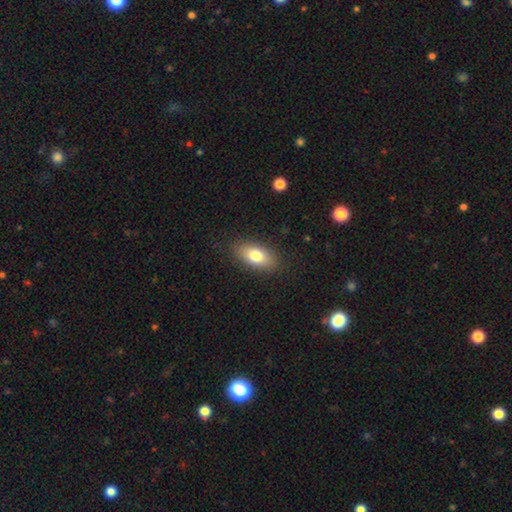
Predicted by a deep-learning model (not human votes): A smooth galaxy with no disk features (77%) that is in between round and cigar-shaped (88%).

Vote fractions:
- Smooth or featured? smooth: 77% / featured or disk: 15% / star or artifact: 8%
- How rounded? in between: 88% / cigar-shaped: 6% / round: 6%
- Merging? none: 86% / minor disturbance: 10% / major disturbance: 3% / merger: 1%